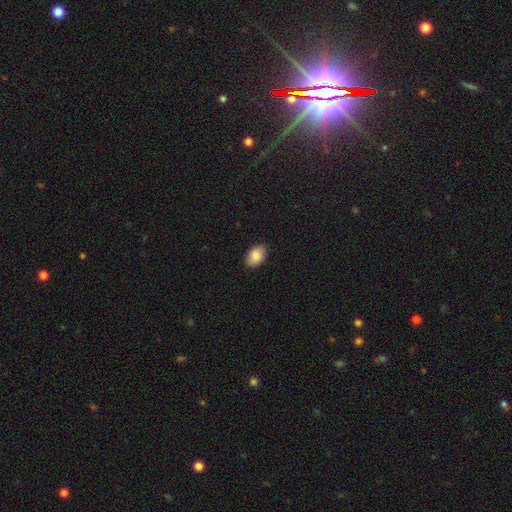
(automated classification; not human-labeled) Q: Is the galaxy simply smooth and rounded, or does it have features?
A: smooth — 87%.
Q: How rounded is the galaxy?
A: in between — 89%.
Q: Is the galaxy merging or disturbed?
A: none — 87%.